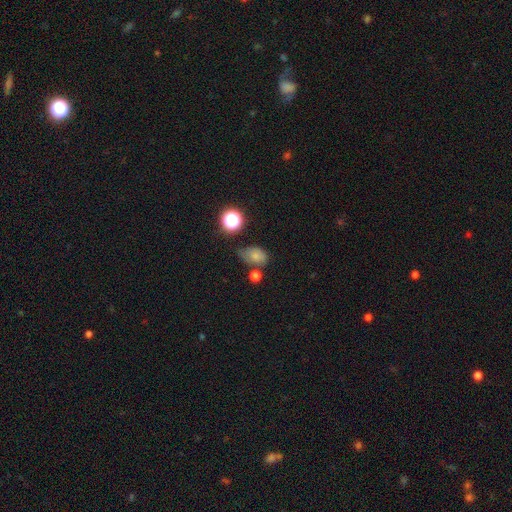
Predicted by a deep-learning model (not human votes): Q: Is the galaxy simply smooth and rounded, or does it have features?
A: smooth — 70%.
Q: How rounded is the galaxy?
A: in between — 75%.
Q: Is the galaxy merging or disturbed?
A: none — 46%.